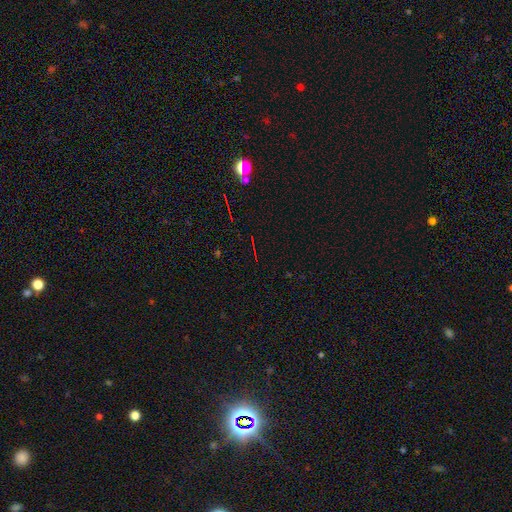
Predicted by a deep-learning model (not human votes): Overall: star or artifact (76%).